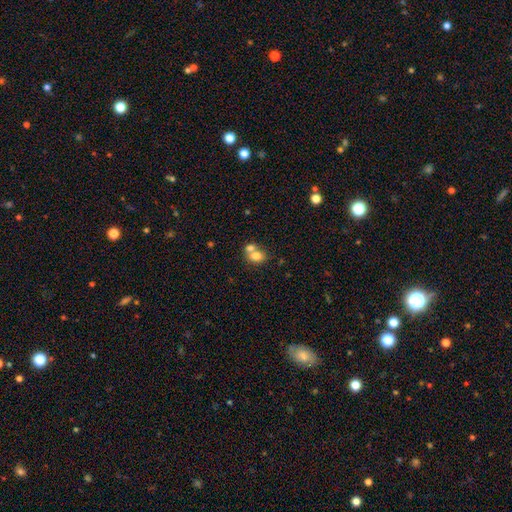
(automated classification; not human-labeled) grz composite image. It shows a smooth galaxy with no disk features (75%) that is in between round and cigar-shaped (54%). Merging: merger (58%).